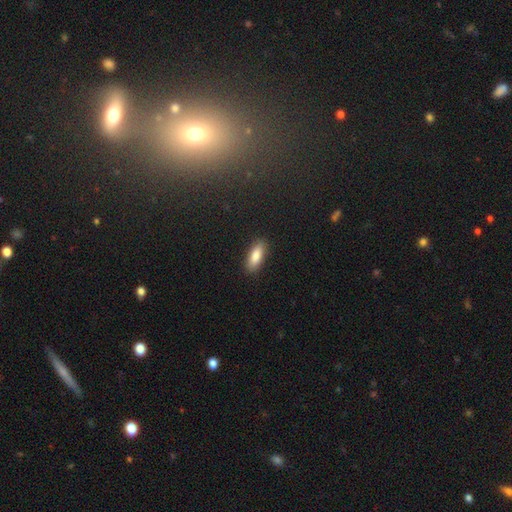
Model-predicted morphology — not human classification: smooth 85%, featured or disk 9%, star or artifact 7%. Down the decision tree: how rounded — in between (71%); merging — none (88%).